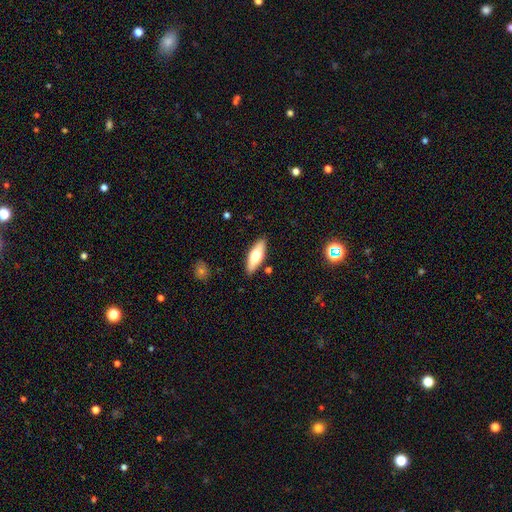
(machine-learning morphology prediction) Q: Smooth or featured?
A: smooth (61%); runner-up: featured or disk (33%)
Q: How rounded?
A: in between (62%); runner-up: cigar-shaped (36%)
Q: Merging?
A: none (87%); runner-up: minor disturbance (9%)